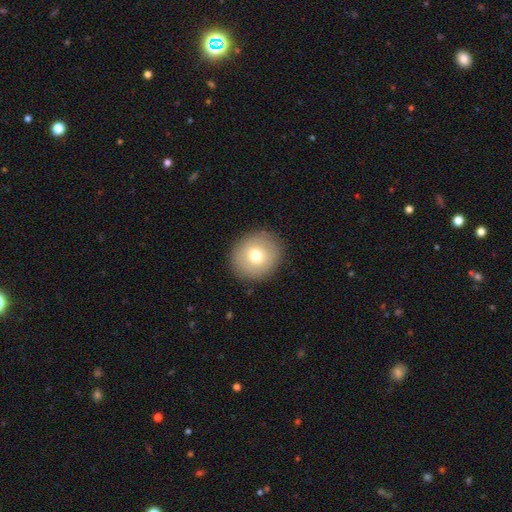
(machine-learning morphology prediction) smooth-or-featured: smooth: 73% | featured or disk: 18% | star or artifact: 9%
  how-rounded: round: 82% | in between: 17% | cigar-shaped: 1%
  merging: none: 88% | minor disturbance: 8% | major disturbance: 3% | merger: 1%